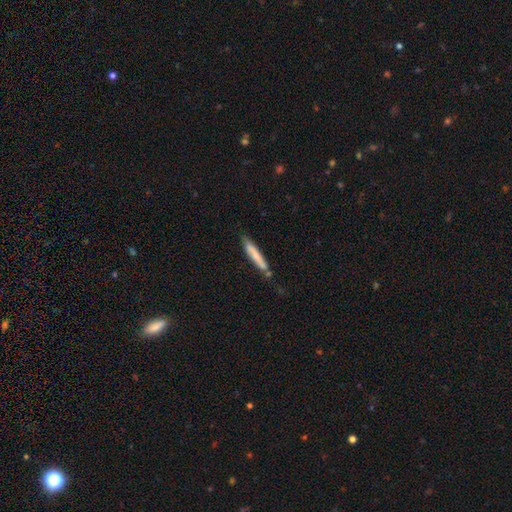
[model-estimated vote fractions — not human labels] Morphology: type=smooth (63%); roundness=cigar-shaped (93%); merging=none (72%).